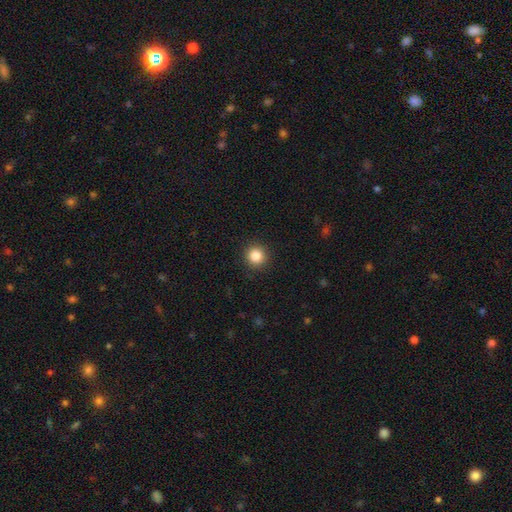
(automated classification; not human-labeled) This appears to be a smooth galaxy with no disk features (85%) that is round (94%). Merging: none (92%).